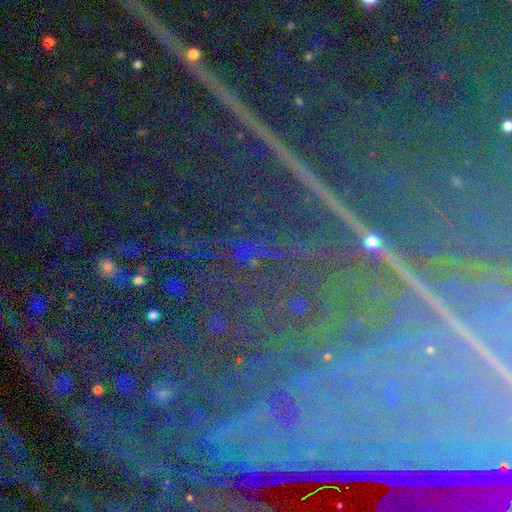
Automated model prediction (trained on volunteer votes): A star or artifact, not a galaxy (87%).

Vote fractions:
- Smooth or featured? star or artifact: 87% / featured or disk: 7% / smooth: 5%